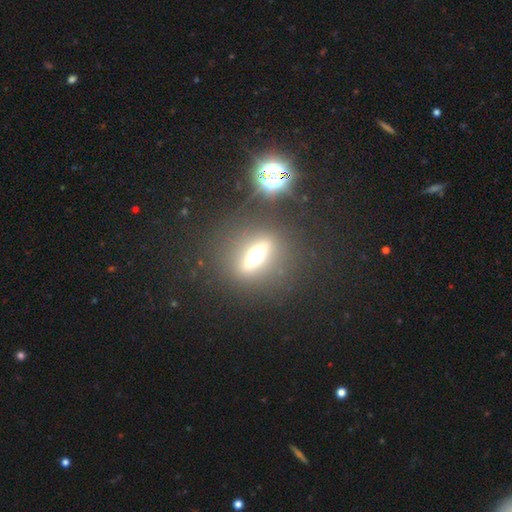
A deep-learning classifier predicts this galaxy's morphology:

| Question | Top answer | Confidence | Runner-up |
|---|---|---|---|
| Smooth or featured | featured or disk | 48% | smooth (31%) |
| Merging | none | 80% | minor disturbance (9%) |